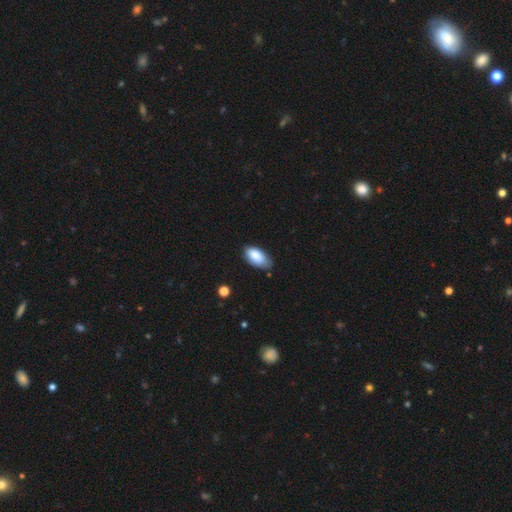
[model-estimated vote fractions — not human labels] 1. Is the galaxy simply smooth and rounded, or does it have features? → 85% smooth, 8% featured or disk, 7% star or artifact.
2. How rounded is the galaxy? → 94% in between, 4% cigar-shaped, 2% round.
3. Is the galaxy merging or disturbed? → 68% none, 27% minor disturbance, 4% major disturbance, 2% merger.